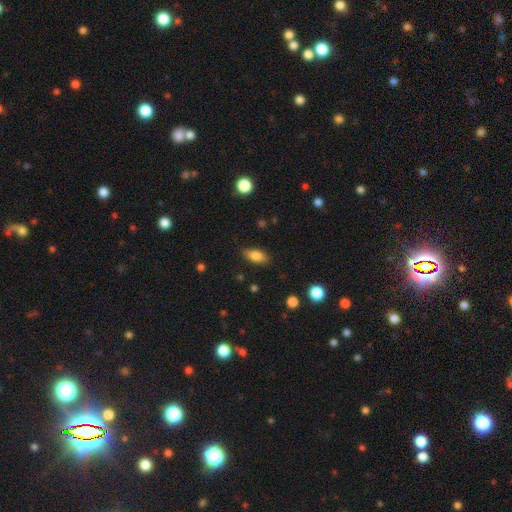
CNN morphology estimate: A smooth galaxy with no disk features (83%) that is in between round and cigar-shaped (87%). Merging: none (83%).